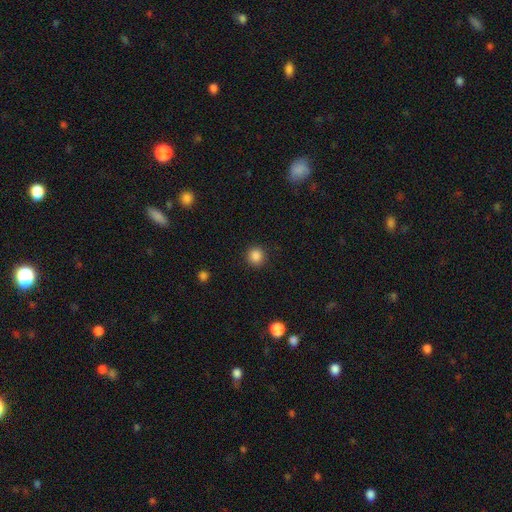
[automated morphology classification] A smooth galaxy with no disk features (86%) that is round (94%). Merging: none (91%).